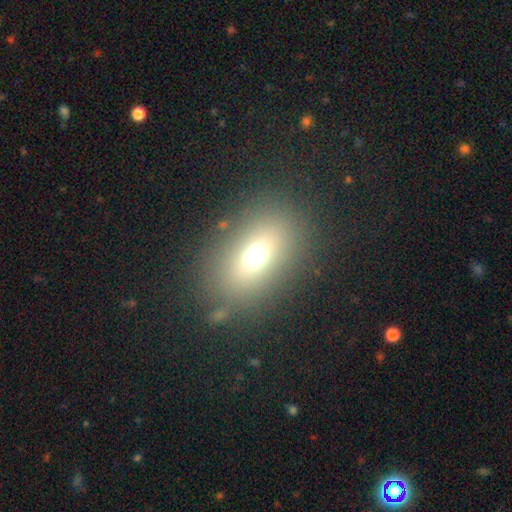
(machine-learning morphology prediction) Smooth or featured: smooth — 67% (featured or disk — 17%)
How rounded: in between — 72% (round — 24%)
Merging: none — 81% (minor disturbance — 10%)